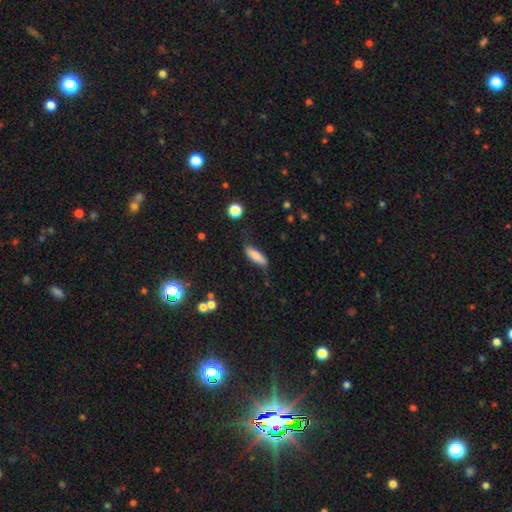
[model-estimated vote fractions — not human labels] smooth_or_featured: smooth (p=0.74) [alt: featured or disk p=0.18]
how_rounded: in between (p=0.52) [alt: cigar-shaped p=0.45]
merging: none (p=0.57) [alt: minor disturbance p=0.29]